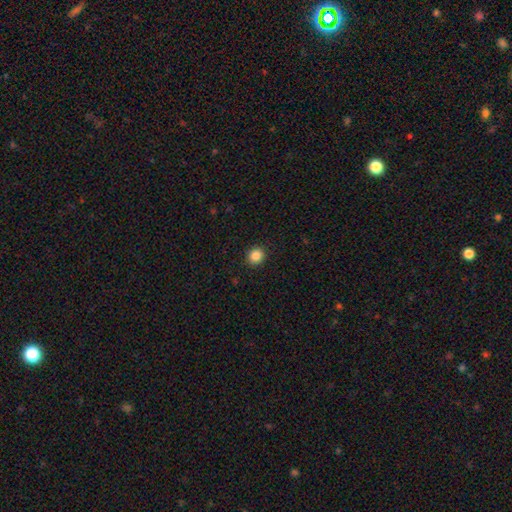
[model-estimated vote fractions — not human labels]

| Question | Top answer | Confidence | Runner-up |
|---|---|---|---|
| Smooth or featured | smooth | 86% | star or artifact (10%) |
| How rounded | round | 87% | in between (12%) |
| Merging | none | 92% | minor disturbance (6%) |